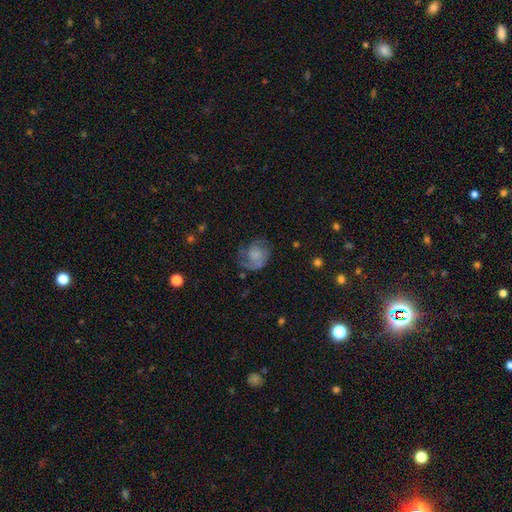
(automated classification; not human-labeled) Smooth or featured: featured or disk — 57% (smooth — 34%)
Edge-on disk: no — 98% (yes — 2%)
Bar: no — 72% (weak — 24%)
Spiral arms: yes — 83% (no — 17%)
Bulge size: none — 43% (small — 25%)
Merging: none — 54% (minor disturbance — 23%)